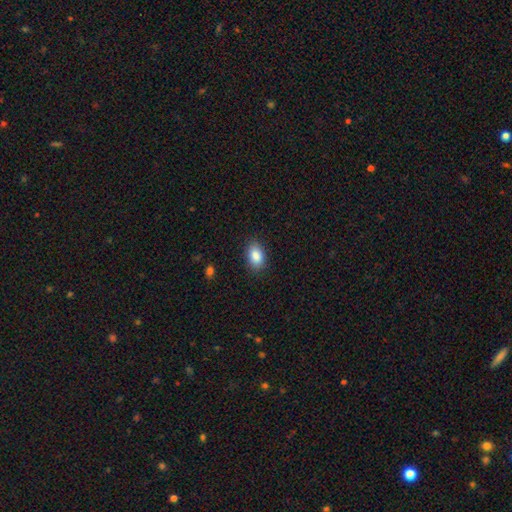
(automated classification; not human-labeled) Smooth or featured?
  - smooth: 87% *
  - star or artifact: 8%
  - featured or disk: 5%
How rounded?
  - in between: 87% *
  - round: 11%
  - cigar-shaped: 1%
Merging?
  - none: 87% *
  - minor disturbance: 10%
  - major disturbance: 2%
  - merger: 1%